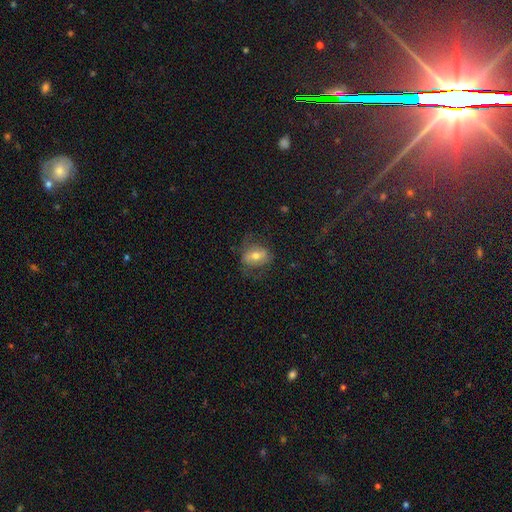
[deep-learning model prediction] Smooth or featured? smooth (47%)
Merging? none (61%)